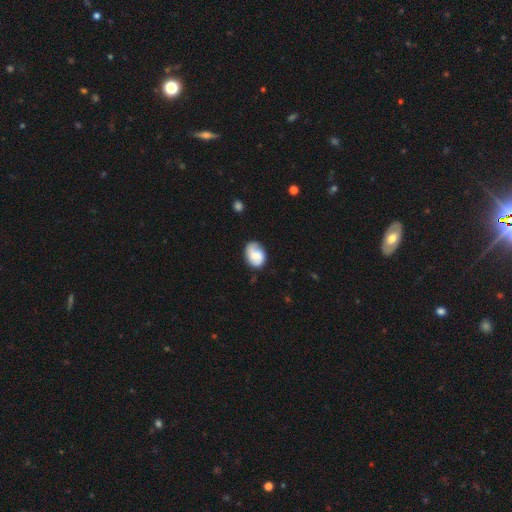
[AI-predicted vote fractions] Smooth or featured: smooth — 53% (featured or disk — 40%)
How rounded: in between — 65% (round — 34%)
Merging: none — 66% (minor disturbance — 25%)